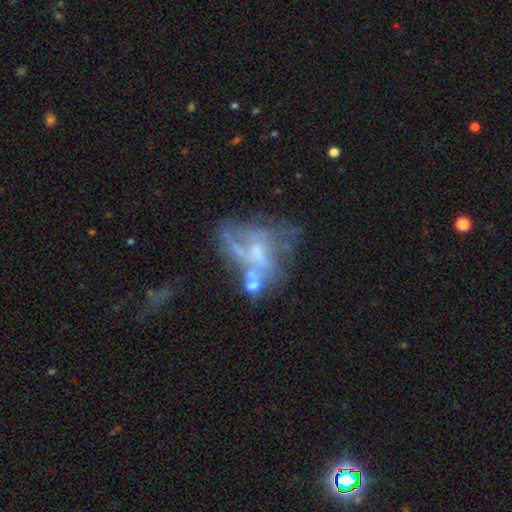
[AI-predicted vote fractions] A featured or disk galaxy (64%) with no bar (76%), no spiral arms (75%) and no central bulge (36%).

Vote fractions:
- Smooth or featured? featured or disk: 64% / smooth: 21% / star or artifact: 16%
- Edge-on disk? no: 96% / yes: 4%
- Bar? no: 76% / weak: 19% / strong: 5%
- Spiral arms? no: 75% / yes: 25%
- Bulge size? none: 36% / small: 32% / moderate: 27% / large: 3% / dominant: 1%
- Merging? major disturbance: 33% / merger: 27% / none: 26% / minor disturbance: 15%